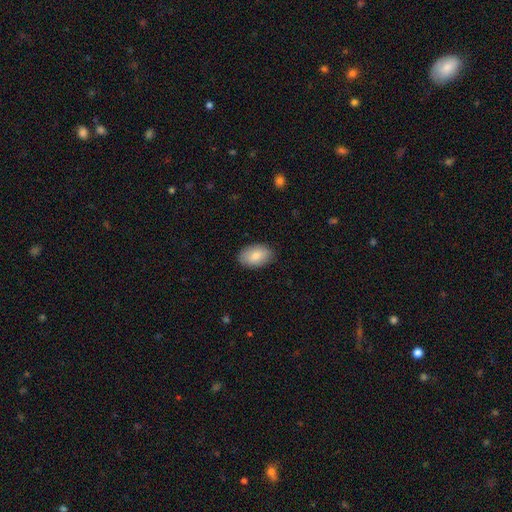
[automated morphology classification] A smooth galaxy with no disk features (83%) that is in between round and cigar-shaped (92%).

Vote fractions:
- Smooth or featured? smooth: 83% / featured or disk: 11% / star or artifact: 6%
- How rounded? in between: 92% / round: 7% / cigar-shaped: 1%
- Merging? none: 87% / minor disturbance: 10% / major disturbance: 2% / merger: 1%